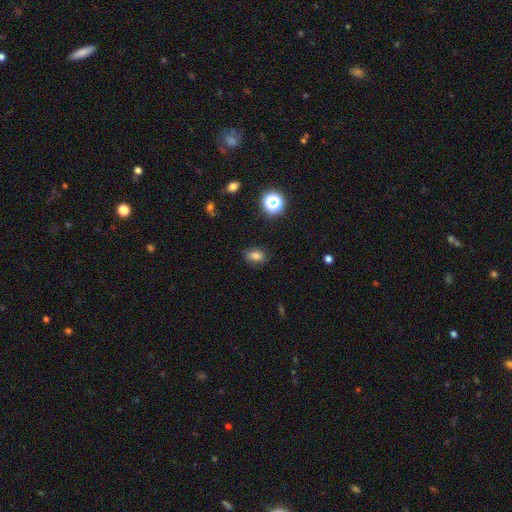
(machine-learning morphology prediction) smooth 76%, star or artifact 16%, featured or disk 8%. Down the decision tree: how rounded — in between (80%); merging — none (83%).